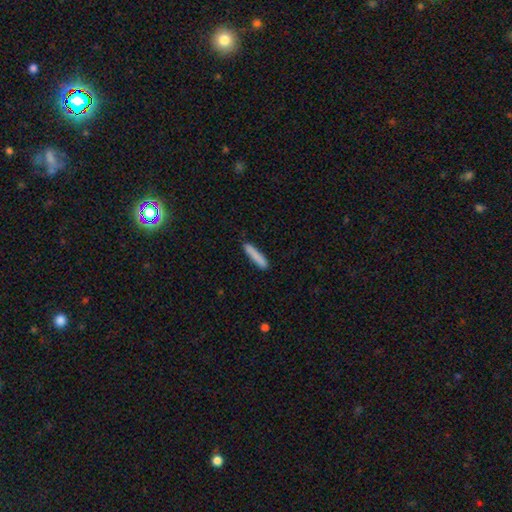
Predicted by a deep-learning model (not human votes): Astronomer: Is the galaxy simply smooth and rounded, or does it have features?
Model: smooth — 85%.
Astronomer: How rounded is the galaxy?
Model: cigar-shaped — 90%.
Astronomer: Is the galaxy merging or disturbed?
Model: none — 86%.